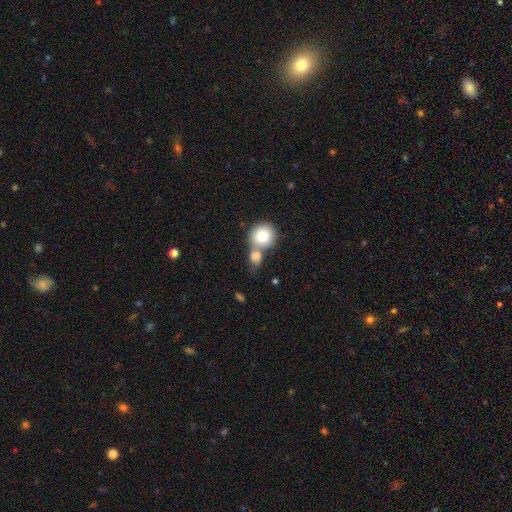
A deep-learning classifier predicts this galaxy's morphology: smooth_or_featured: smooth (p=0.82) [alt: featured or disk p=0.11]
how_rounded: round (p=0.69) [alt: in between p=0.29]
merging: merger (p=0.58) [alt: none p=0.30]